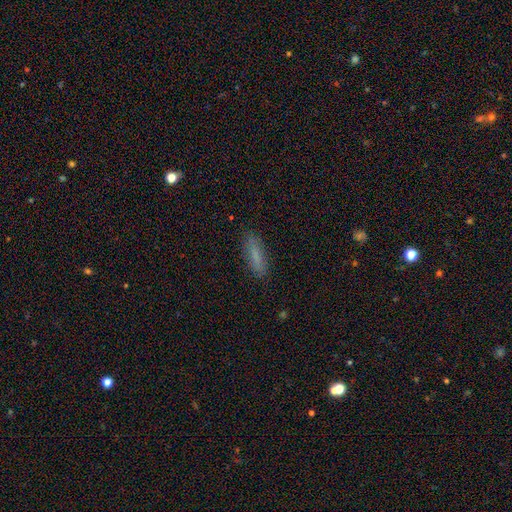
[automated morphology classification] This is likely a smooth galaxy (77%). How rounded: likely cigar-shaped (63%). Merging: clearly none (85%).